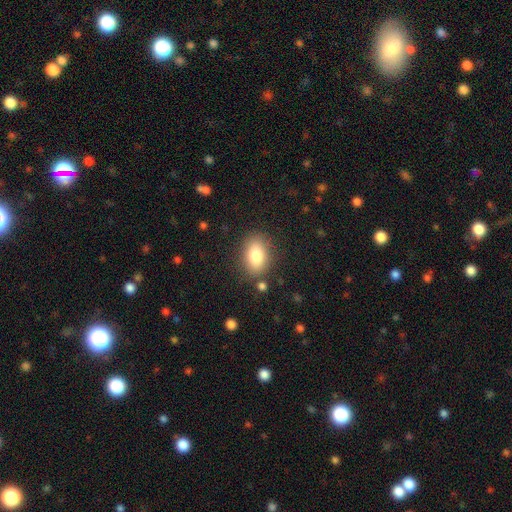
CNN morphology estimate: The model was most divided on "how rounded": in between: 83%, round: 15%, cigar-shaped: 2%. More confident: merging — none (83%); smooth or featured — smooth (81%).